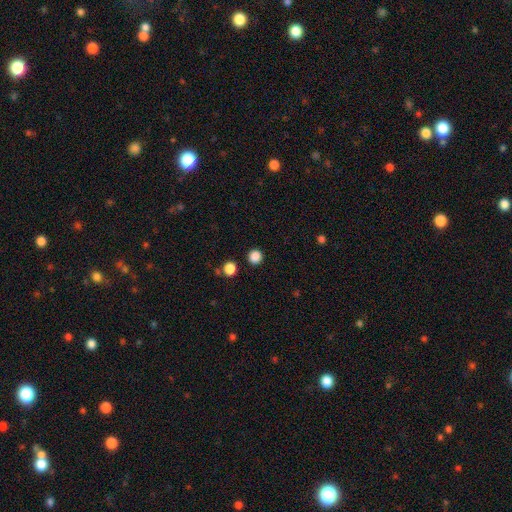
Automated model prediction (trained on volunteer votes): A smooth galaxy with no disk features (86%) that is round (93%).

Vote fractions:
- Smooth or featured? smooth: 86% / star or artifact: 11% / featured or disk: 3%
- How rounded? round: 93% / in between: 6% / cigar-shaped: 1%
- Merging? none: 90% / minor disturbance: 5% / merger: 3% / major disturbance: 2%